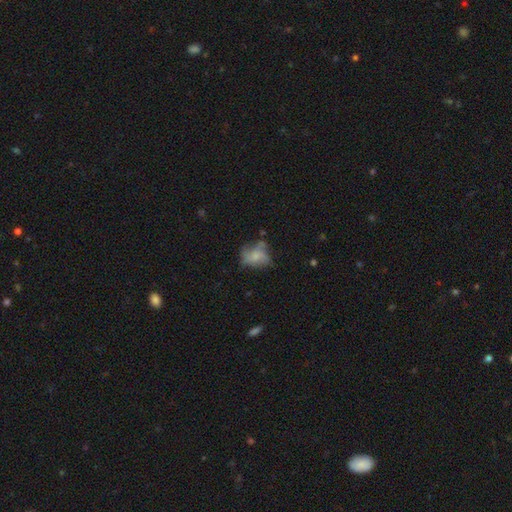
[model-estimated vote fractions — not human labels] A smooth galaxy with no disk features (53%) that is in between round and cigar-shaped (63%). Merging: none (43%).